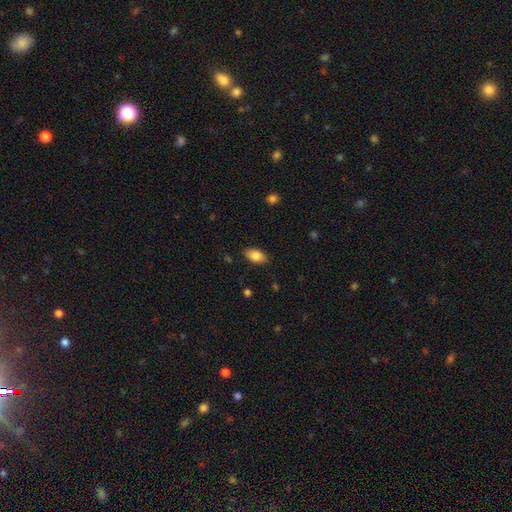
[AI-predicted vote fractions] Smooth or featured: smooth — 82% (featured or disk — 11%)
How rounded: in between — 91% (round — 6%)
Merging: none — 85% (minor disturbance — 11%)